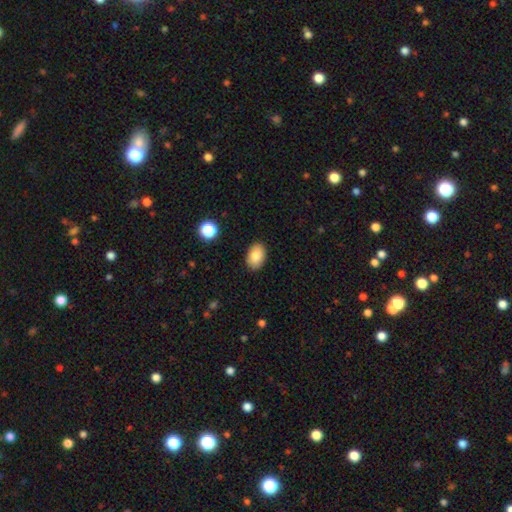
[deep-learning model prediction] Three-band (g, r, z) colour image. It shows a smooth galaxy with no disk features (86%) that is in between round and cigar-shaped (86%). Merging: none (88%).